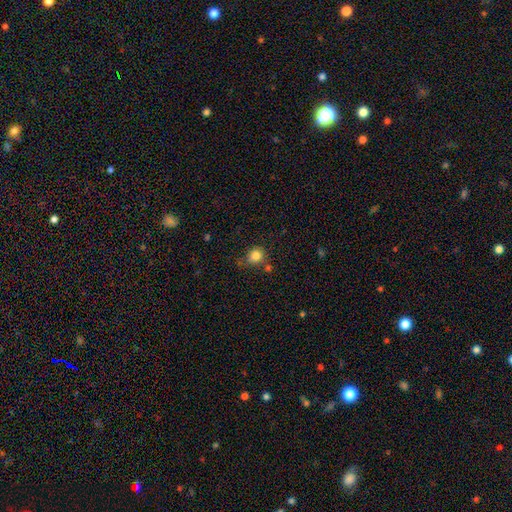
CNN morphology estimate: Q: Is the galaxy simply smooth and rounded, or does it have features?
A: smooth — 82%.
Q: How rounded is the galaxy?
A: round — 81%.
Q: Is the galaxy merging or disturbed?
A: none — 66%.